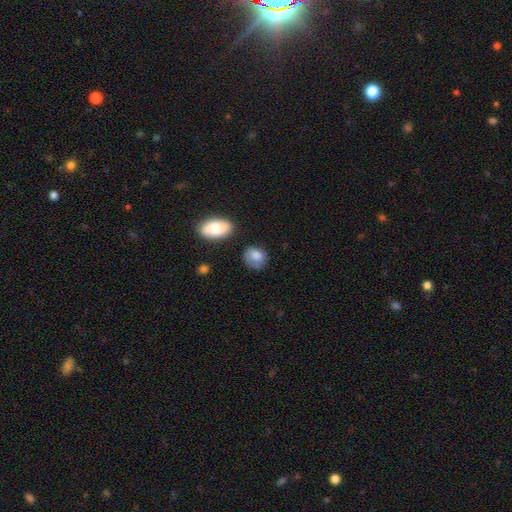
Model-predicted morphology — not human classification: Smooth or featured?
  - smooth: 80% *
  - featured or disk: 12%
  - star or artifact: 8%
How rounded?
  - round: 55% *
  - in between: 43%
  - cigar-shaped: 1%
Merging?
  - none: 61% *
  - minor disturbance: 25%
  - major disturbance: 8%
  - merger: 5%